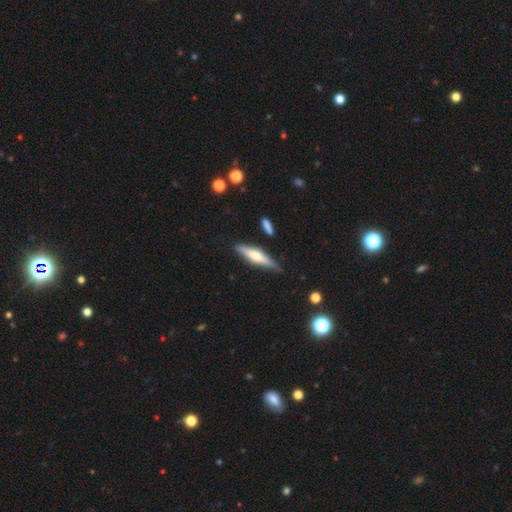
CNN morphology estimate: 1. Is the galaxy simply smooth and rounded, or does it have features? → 48% featured or disk, 47% smooth, 6% star or artifact.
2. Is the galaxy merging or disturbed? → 79% none, 15% minor disturbance, 3% merger, 3% major disturbance.